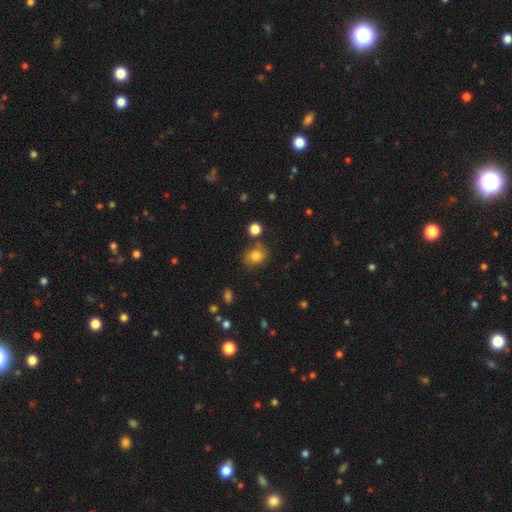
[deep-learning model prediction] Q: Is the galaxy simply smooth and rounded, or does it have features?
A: smooth — 79%.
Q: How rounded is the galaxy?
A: round — 57%.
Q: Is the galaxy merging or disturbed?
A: none — 72%.